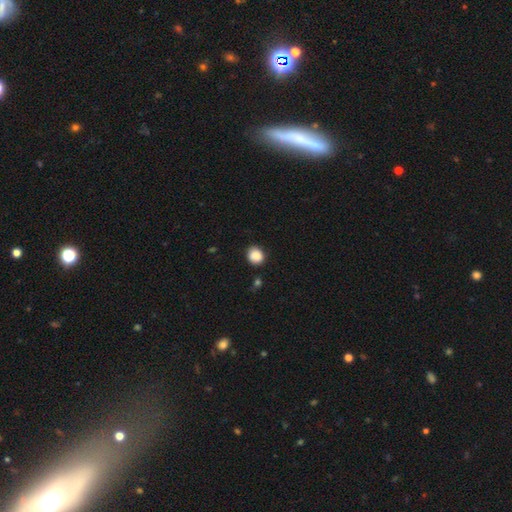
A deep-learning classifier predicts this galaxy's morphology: Smooth or featured? smooth (88%)
How rounded? round (76%)
Merging? none (82%)